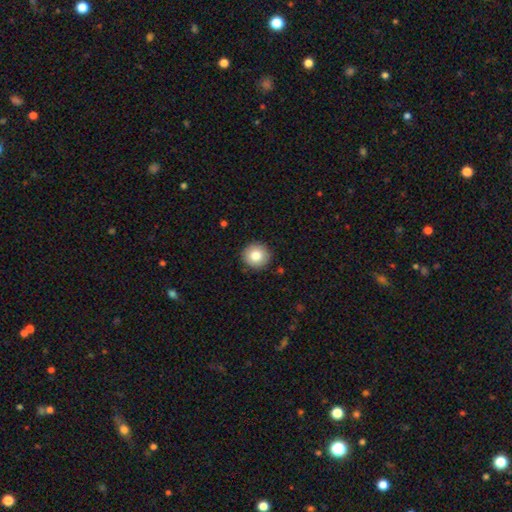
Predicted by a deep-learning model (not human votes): Q: Smooth or featured?
A: smooth (82%); runner-up: featured or disk (9%)
Q: How rounded?
A: round (94%); runner-up: in between (5%)
Q: Merging?
A: none (91%); runner-up: minor disturbance (7%)